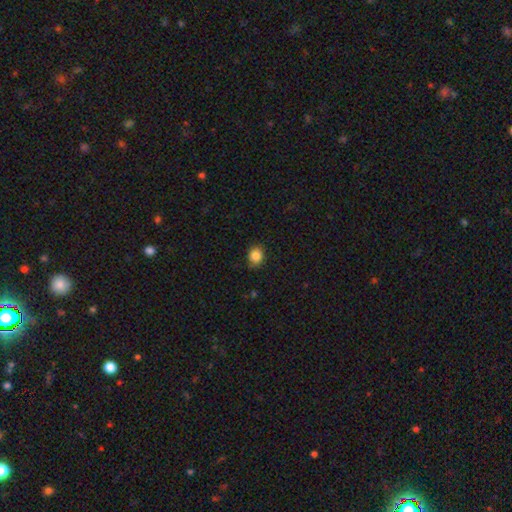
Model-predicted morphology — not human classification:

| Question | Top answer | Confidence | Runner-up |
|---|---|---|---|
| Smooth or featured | smooth | 86% | star or artifact (10%) |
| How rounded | round | 64% | in between (35%) |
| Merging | none | 83% | minor disturbance (13%) |